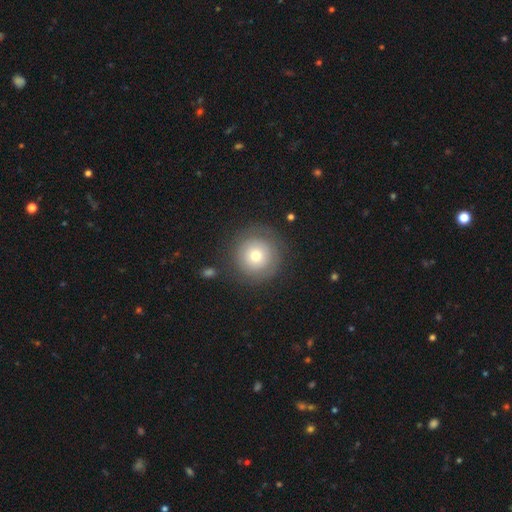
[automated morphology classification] This appears to be a smooth galaxy with no disk features (65%) that is round (96%). Merging: none (81%).